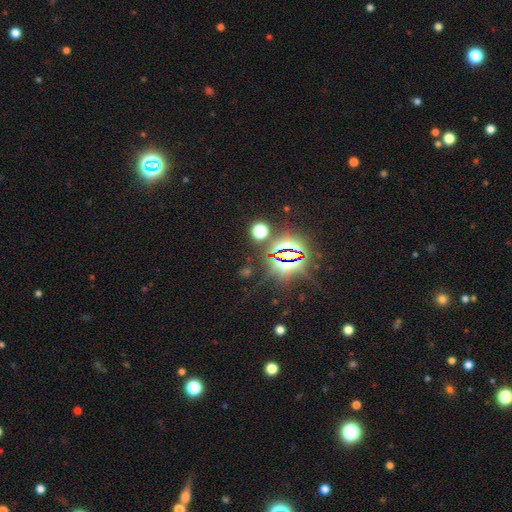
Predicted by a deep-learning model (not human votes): smooth-or-featured: star or artifact: 82% | smooth: 11% | featured or disk: 7%